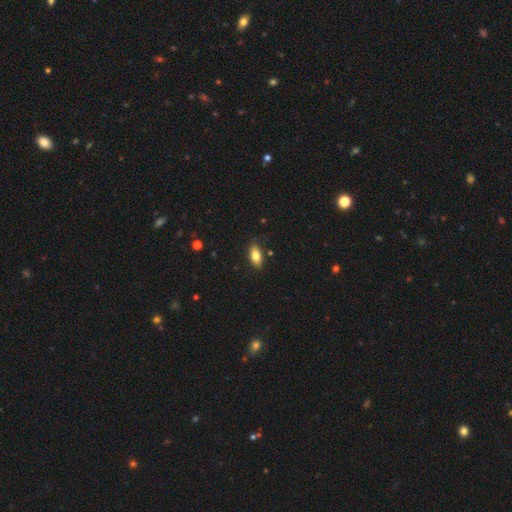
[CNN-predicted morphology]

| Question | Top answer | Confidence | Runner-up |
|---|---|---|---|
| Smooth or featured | smooth | 79% | featured or disk (14%) |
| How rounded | in between | 86% | cigar-shaped (11%) |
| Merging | none | 78% | minor disturbance (17%) |